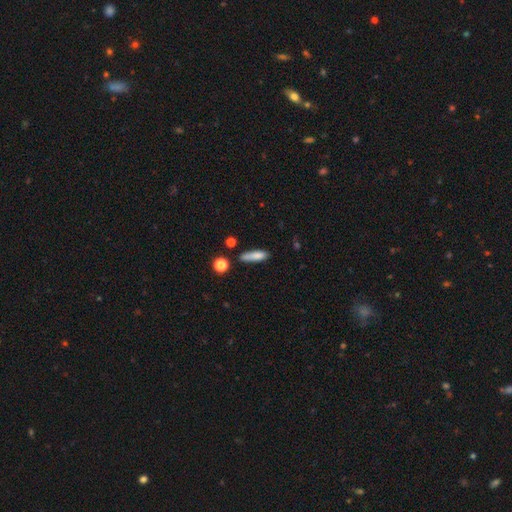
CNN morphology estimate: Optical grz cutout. It shows a smooth galaxy with no disk features (80%) that is cigar-shaped (66%). Merging: none (63%).